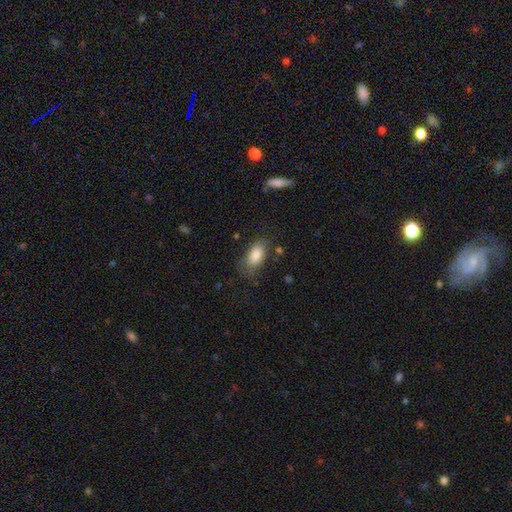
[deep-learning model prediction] smooth 84%, featured or disk 10%, star or artifact 7%. Down the decision tree: how rounded — in between (91%); merging — none (66%).